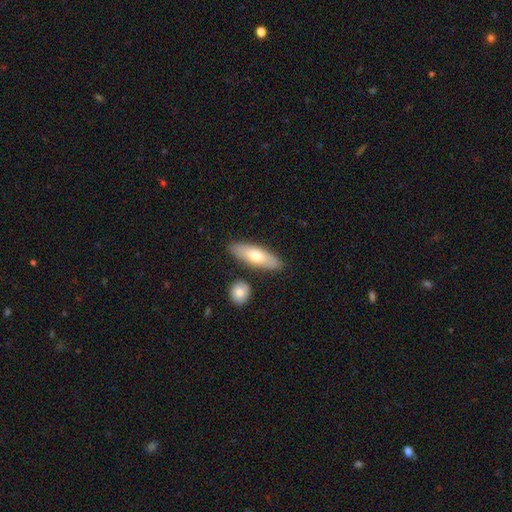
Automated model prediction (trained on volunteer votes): A smooth galaxy with no disk features (67%) that is in between round and cigar-shaped (58%). Merging: none (82%).